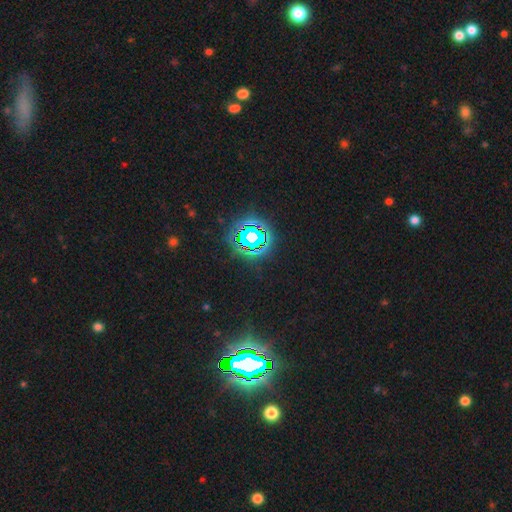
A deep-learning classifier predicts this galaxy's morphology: Smooth or featured: star or artifact — 84% (smooth — 10%)